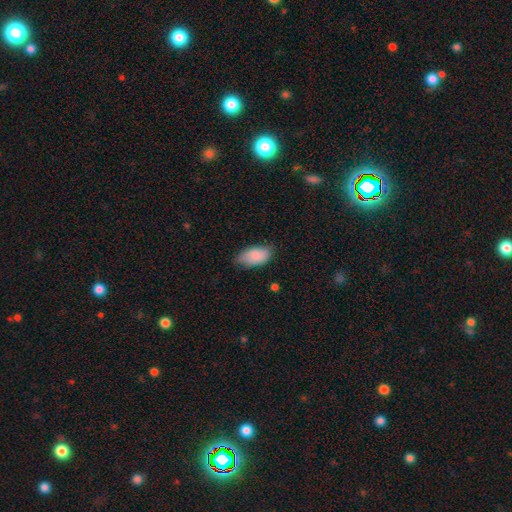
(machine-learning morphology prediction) Smooth or featured?
  - smooth: 86% *
  - featured or disk: 8%
  - star or artifact: 6%
How rounded?
  - in between: 94% *
  - round: 3%
  - cigar-shaped: 3%
Merging?
  - none: 73% *
  - minor disturbance: 22%
  - major disturbance: 4%
  - merger: 1%